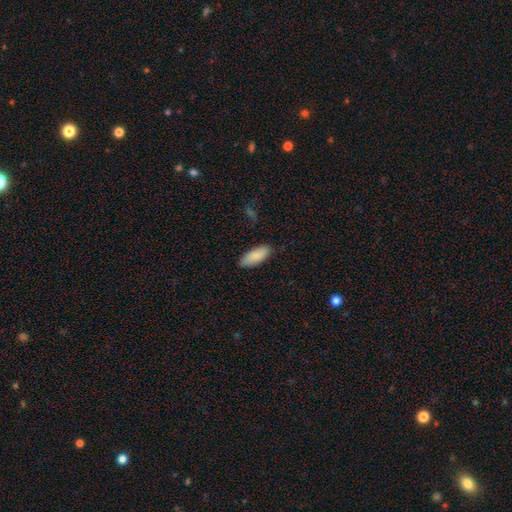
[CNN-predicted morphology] smooth 89%, star or artifact 6%, featured or disk 5%. Down the decision tree: how rounded — in between (81%); merging — none (86%).